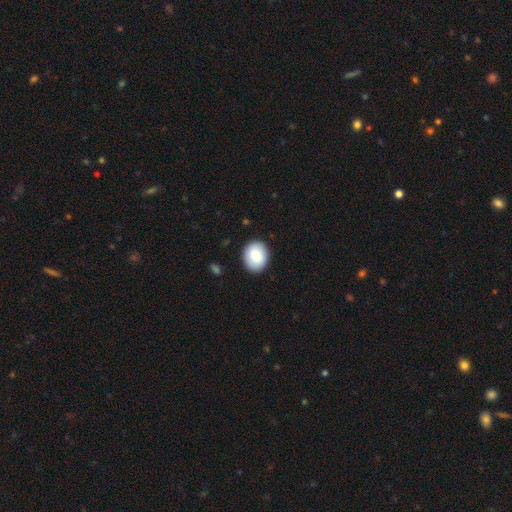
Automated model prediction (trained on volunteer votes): A smooth galaxy with no disk features (86%) that is round (50%).

Vote fractions:
- Smooth or featured? smooth: 86% / featured or disk: 7% / star or artifact: 6%
- How rounded? round: 50% / in between: 49% / cigar-shaped: 1%
- Merging? none: 88% / minor disturbance: 9% / major disturbance: 2% / merger: 1%